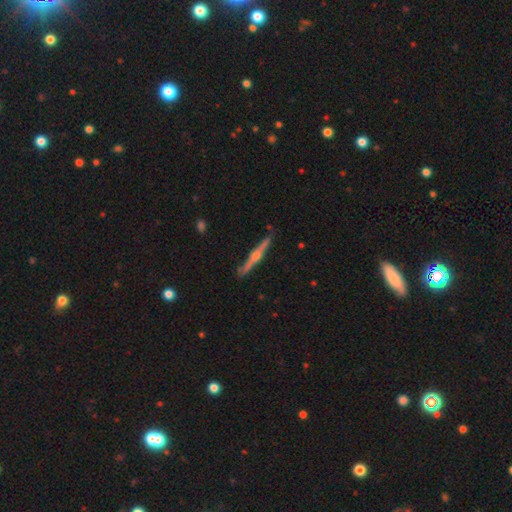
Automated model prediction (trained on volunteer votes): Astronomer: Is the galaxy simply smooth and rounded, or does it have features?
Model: featured or disk — 81%.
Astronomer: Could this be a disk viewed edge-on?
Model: yes — 98%.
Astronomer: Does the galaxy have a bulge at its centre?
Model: rounded — 92%.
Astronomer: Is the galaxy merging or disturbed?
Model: none — 89%.